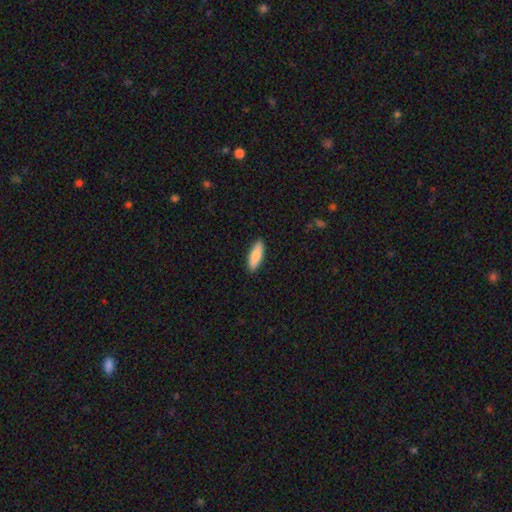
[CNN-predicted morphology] Smooth or featured? smooth (83%)
How rounded? in between (51%)
Merging? none (90%)